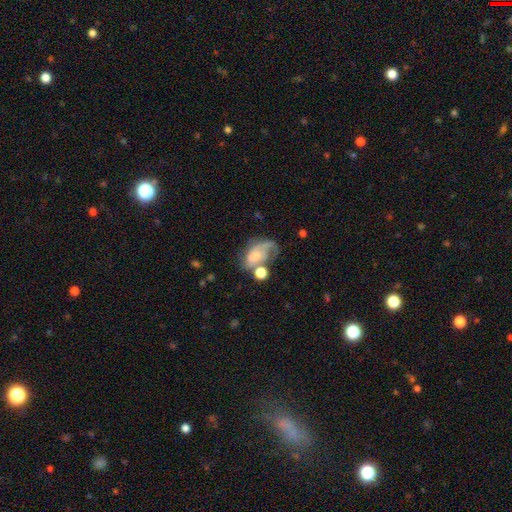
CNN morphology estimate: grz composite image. It shows a featured or disk galaxy (50%). Merging: major disturbance (33%).